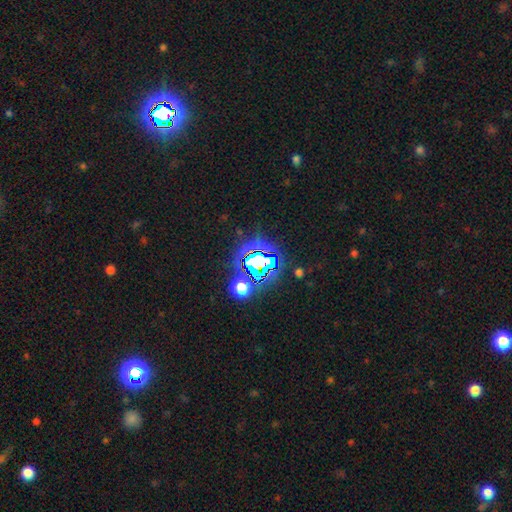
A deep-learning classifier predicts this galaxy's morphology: Smooth or featured?
  - star or artifact: 73% *
  - smooth: 17%
  - featured or disk: 10%